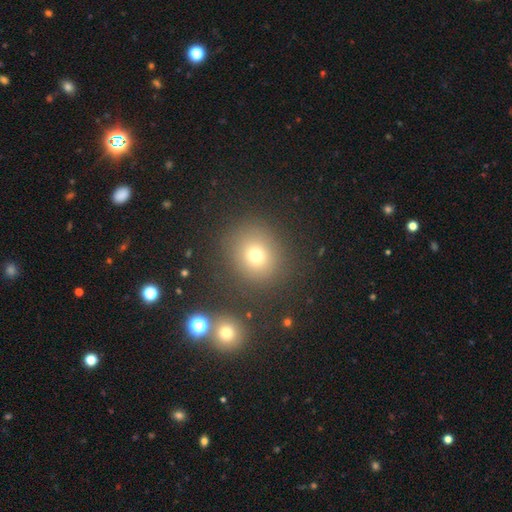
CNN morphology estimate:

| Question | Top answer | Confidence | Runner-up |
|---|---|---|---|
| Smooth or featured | smooth | 71% | star or artifact (18%) |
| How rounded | round | 83% | in between (16%) |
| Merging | none | 82% | minor disturbance (9%) |